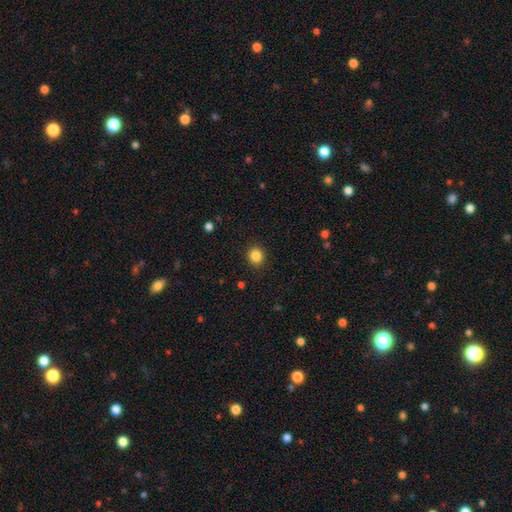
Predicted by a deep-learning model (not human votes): This appears to be a smooth galaxy with no disk features (85%) that is round (82%). Merging: none (91%).